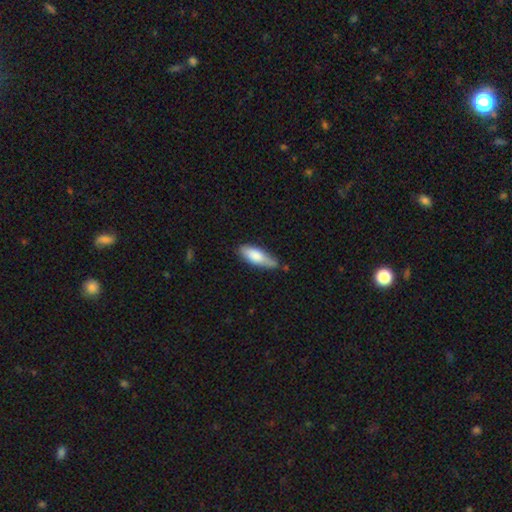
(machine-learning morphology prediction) A smooth galaxy with no disk features (79%) that is in between round and cigar-shaped (62%). Merging: none (60%).